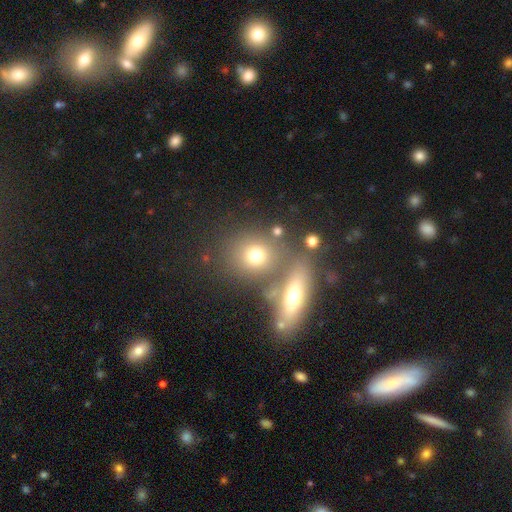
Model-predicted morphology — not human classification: The model was most divided on "merging": none: 57%, merger: 28%, minor disturbance: 9%, major disturbance: 5%. More confident: how rounded — round (72%); smooth or featured — smooth (72%).